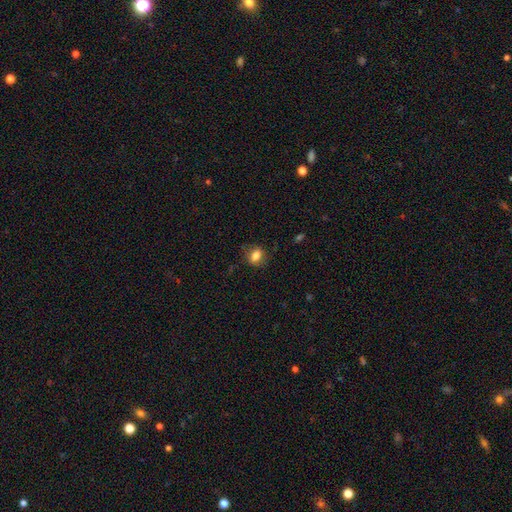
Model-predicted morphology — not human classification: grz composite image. It shows a smooth galaxy with no disk features (81%) that is in between round and cigar-shaped (64%). Merging: none (78%).